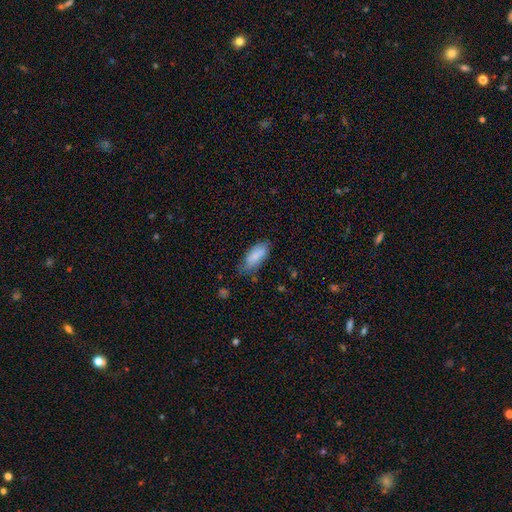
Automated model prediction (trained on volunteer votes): The model was most divided on "merging": none: 62%, minor disturbance: 30%, major disturbance: 6%, merger: 2%. More confident: smooth or featured — smooth (82%); how rounded — in between (81%).